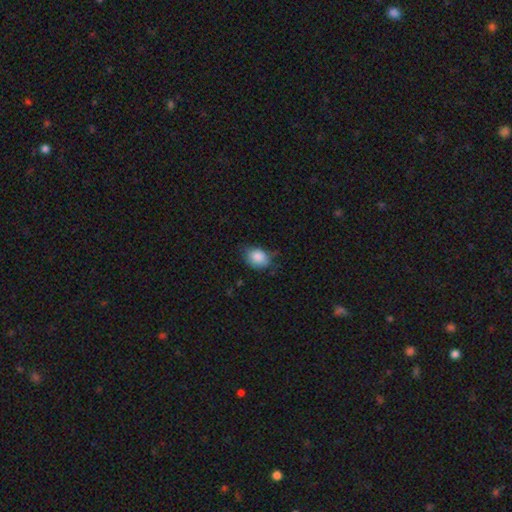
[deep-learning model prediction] Smooth or featured? Predicted: smooth (p=0.86). How rounded? Predicted: in between (p=0.69). Merging? Predicted: none (p=0.60).